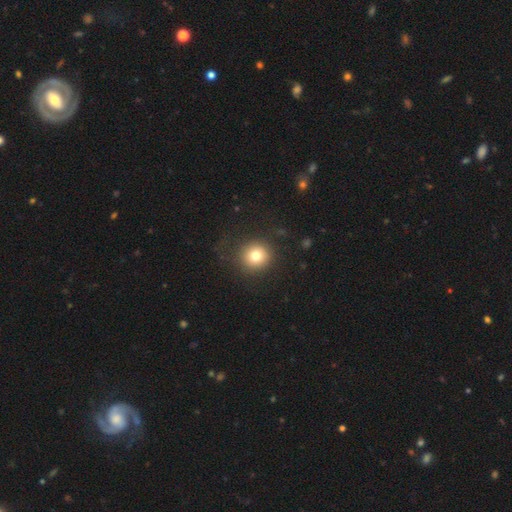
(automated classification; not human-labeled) This is likely a smooth galaxy (78%). How rounded: clearly round (92%). Merging: clearly none (85%).